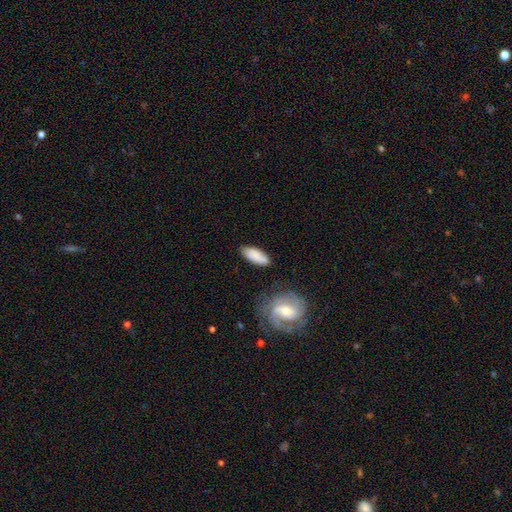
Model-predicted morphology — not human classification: smooth-or-featured: smooth: 80% | featured or disk: 13% | star or artifact: 6%
  how-rounded: in between: 77% | cigar-shaped: 21% | round: 2%
  merging: none: 74% | minor disturbance: 17% | merger: 5% | major disturbance: 4%